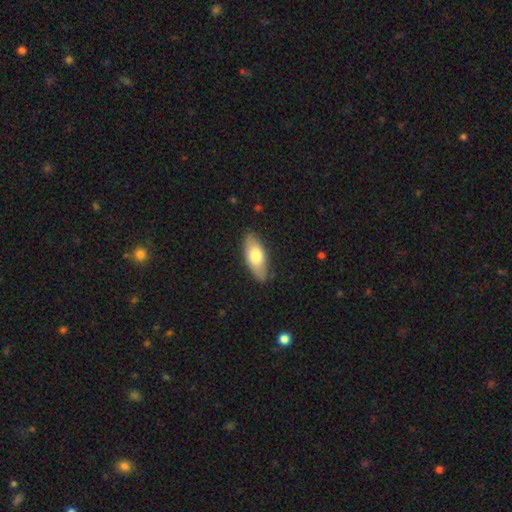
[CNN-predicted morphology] Overall: smooth (69%). How rounded: in between (83%). Merging: none (84%).